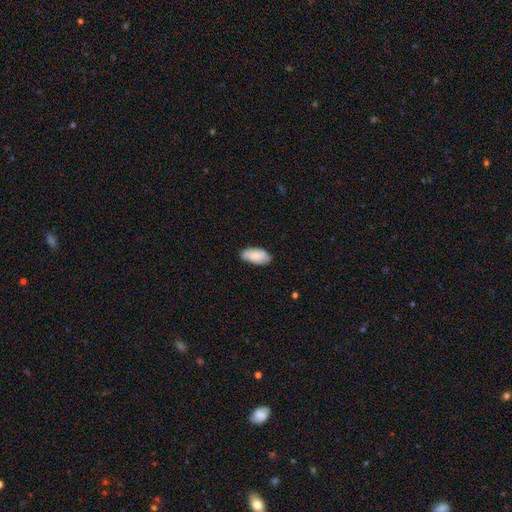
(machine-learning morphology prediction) smooth_or_featured: smooth (p=0.78) [alt: featured or disk p=0.16]
how_rounded: in between (p=0.93) [alt: cigar-shaped p=0.05]
merging: none (p=0.77) [alt: minor disturbance p=0.19]